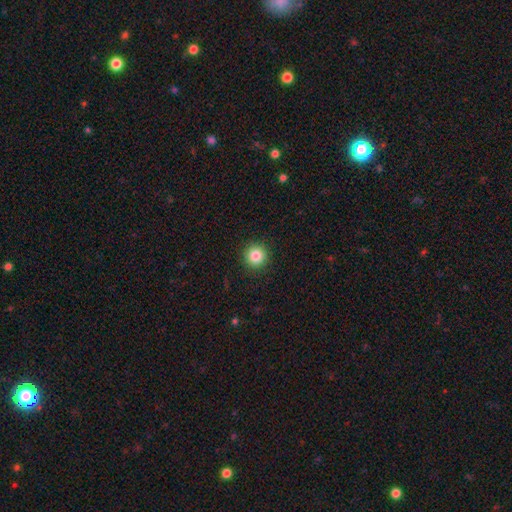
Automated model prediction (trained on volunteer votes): Smooth or featured? Predicted: smooth (p=0.85). How rounded? Predicted: round (p=0.95). Merging? Predicted: none (p=0.92).